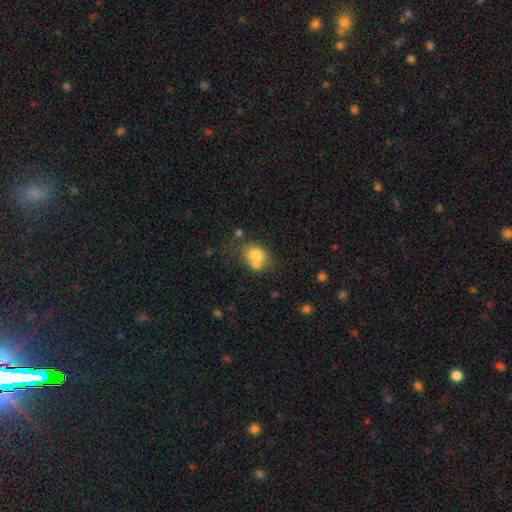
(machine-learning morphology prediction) Smooth or featured? Predicted: smooth (p=0.74). How rounded? Predicted: round (p=0.56). Merging? Predicted: merger (p=0.40).